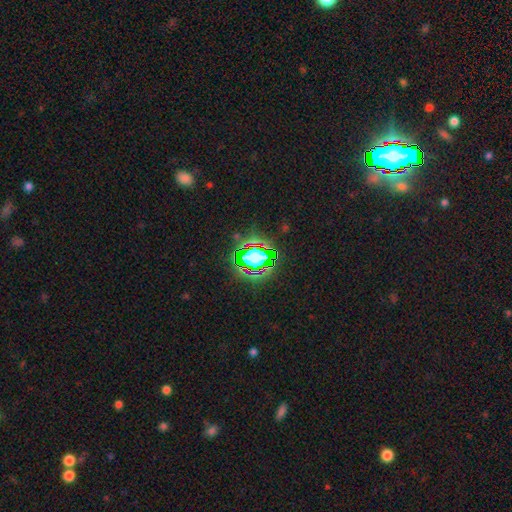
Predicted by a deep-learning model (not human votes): This appears to be a star or artifact, not a galaxy (60%).